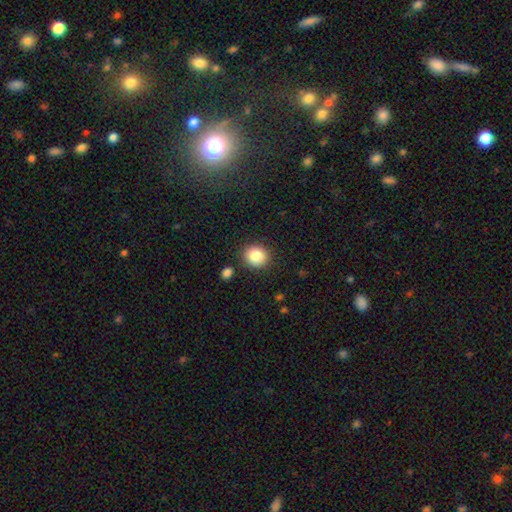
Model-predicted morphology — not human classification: Overall: smooth (86%). How rounded: round (83%). Merging: none (87%).